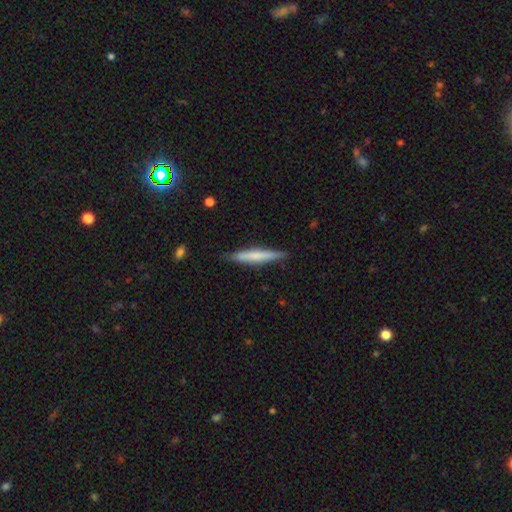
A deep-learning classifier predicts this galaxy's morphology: A smooth galaxy with no disk features (61%) that is cigar-shaped (94%).

Vote fractions:
- Smooth or featured? smooth: 61% / featured or disk: 33% / star or artifact: 6%
- How rounded? cigar-shaped: 94% / in between: 4% / round: 1%
- Merging? none: 86% / minor disturbance: 10% / major disturbance: 2% / merger: 1%